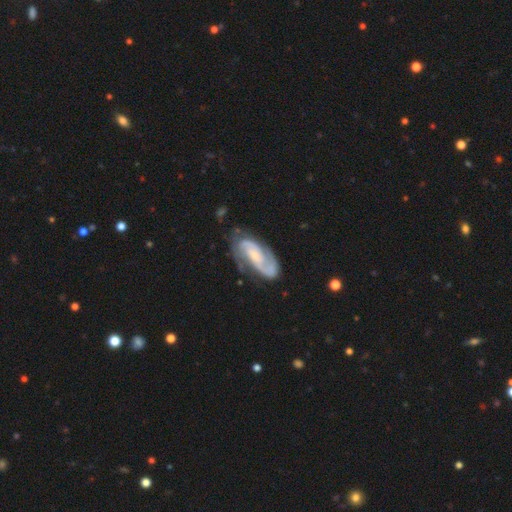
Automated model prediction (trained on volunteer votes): Smooth or featured? featured or disk (85%)
Edge-on disk? no (96%)
Bar? no (45%)
Spiral arms? yes (96%)
Spiral winding? medium (48%)
Spiral arm count? 2 (85%)
Bulge size? small (56%)
Merging? none (70%)